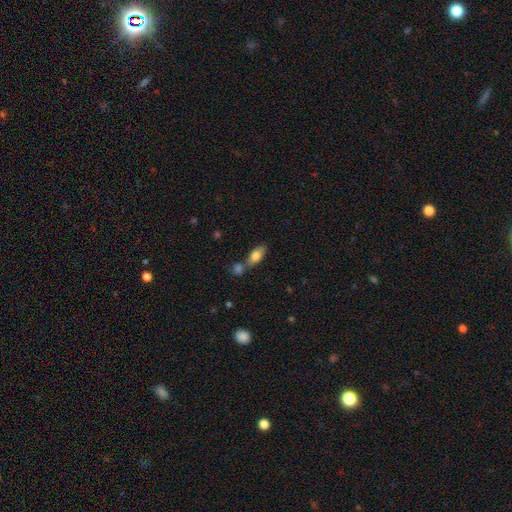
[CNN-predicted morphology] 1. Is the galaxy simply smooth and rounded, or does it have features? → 77% smooth, 16% featured or disk, 7% star or artifact.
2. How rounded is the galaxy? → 84% in between, 13% cigar-shaped, 3% round.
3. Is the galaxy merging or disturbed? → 55% none, 29% merger, 13% minor disturbance, 4% major disturbance.